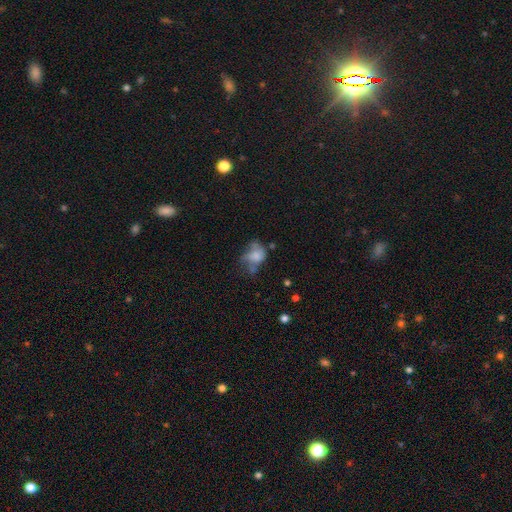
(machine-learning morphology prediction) Smooth or featured? Predicted: smooth (p=0.60). How rounded? Predicted: in between (p=0.61). Merging? Predicted: major disturbance (p=0.35).